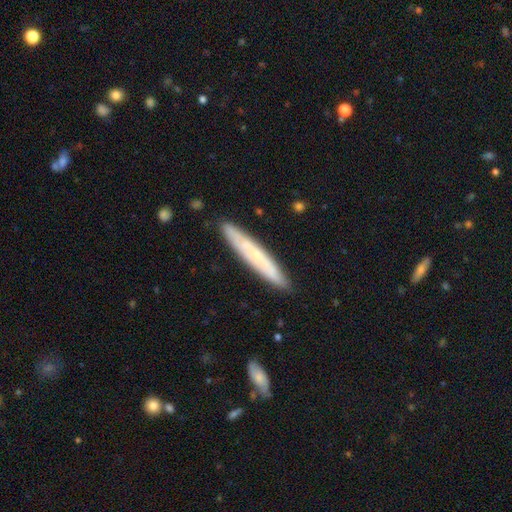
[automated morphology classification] This is possibly a smooth galaxy (54%). How rounded: clearly cigar-shaped (94%). Merging: clearly none (88%).